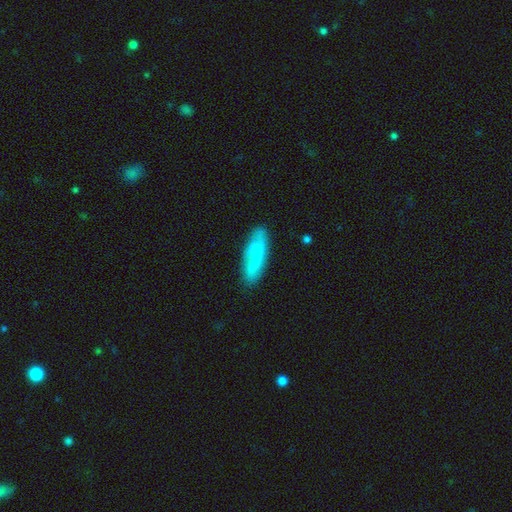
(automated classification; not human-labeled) This appears to be a smooth galaxy with no disk features (55%) that is in between round and cigar-shaped (56%). Merging: none (73%).